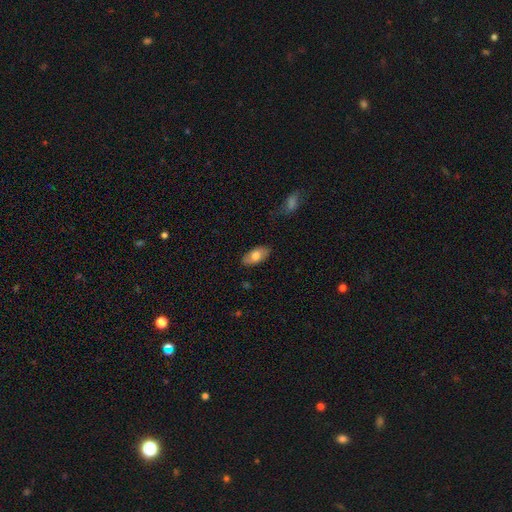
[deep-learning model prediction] smooth-or-featured: smooth: 71% | featured or disk: 23% | star or artifact: 6%
  how-rounded: in between: 93% | cigar-shaped: 4% | round: 3%
  merging: none: 83% | minor disturbance: 13% | major disturbance: 3% | merger: 1%